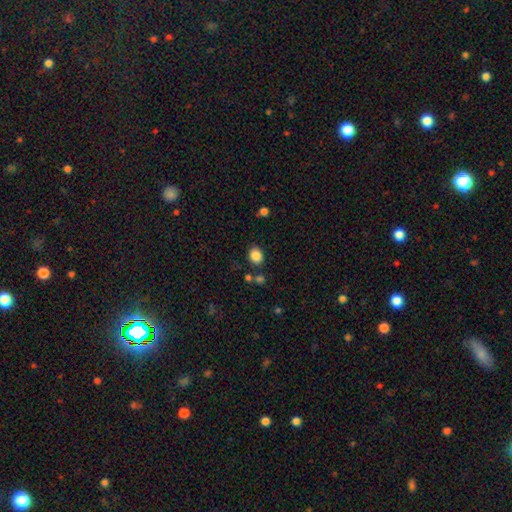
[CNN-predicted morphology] smooth_or_featured: smooth (p=0.86) [alt: star or artifact p=0.10]
how_rounded: round (p=0.55) [alt: in between p=0.44]
merging: none (p=0.81) [alt: minor disturbance p=0.10]